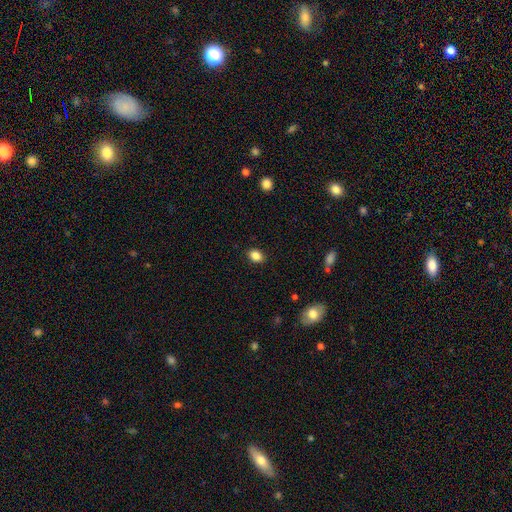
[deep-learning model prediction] Q: Smooth or featured?
A: smooth (86%); runner-up: star or artifact (10%)
Q: How rounded?
A: in between (72%); runner-up: round (27%)
Q: Merging?
A: none (89%); runner-up: minor disturbance (8%)